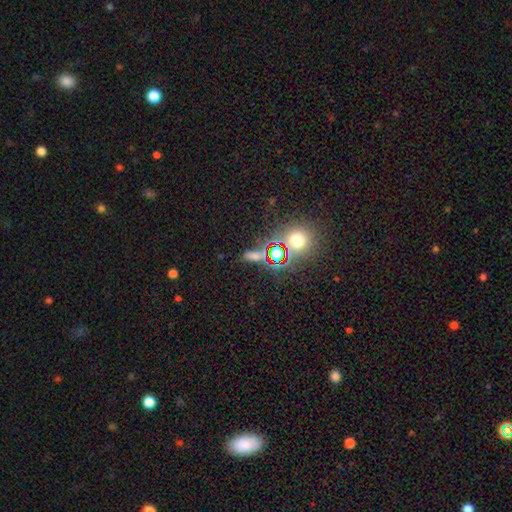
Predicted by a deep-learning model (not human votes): Smooth or featured? star or artifact (54%)